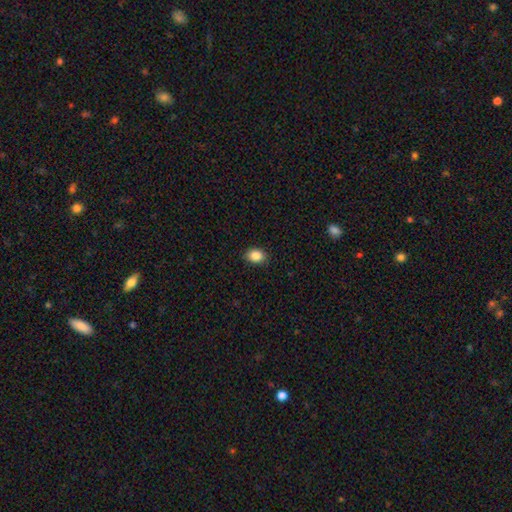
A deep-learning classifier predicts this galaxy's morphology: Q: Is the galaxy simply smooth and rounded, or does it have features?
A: smooth — 87%.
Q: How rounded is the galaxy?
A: in between — 68%.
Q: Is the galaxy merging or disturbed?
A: none — 89%.